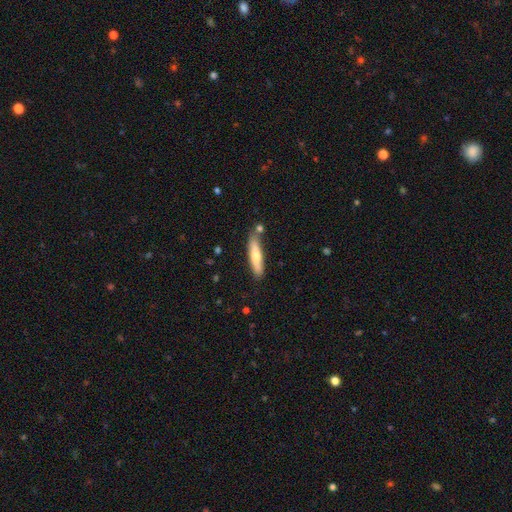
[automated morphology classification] Q: Smooth or featured?
A: smooth (63%); runner-up: featured or disk (31%)
Q: How rounded?
A: cigar-shaped (85%); runner-up: in between (14%)
Q: Merging?
A: none (78%); runner-up: minor disturbance (13%)